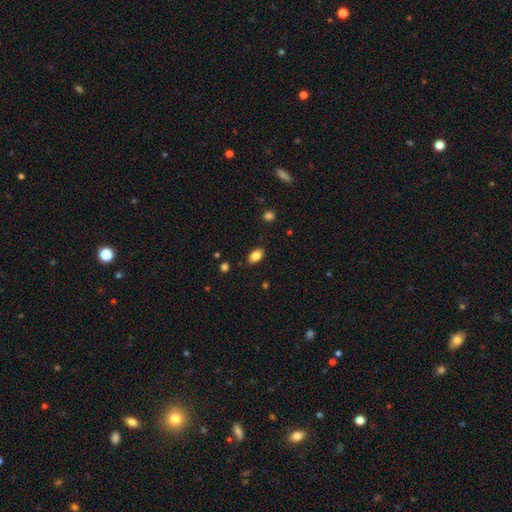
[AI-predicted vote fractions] This appears to be a smooth galaxy with no disk features (85%) that is in between round and cigar-shaped (87%). Merging: none (85%).